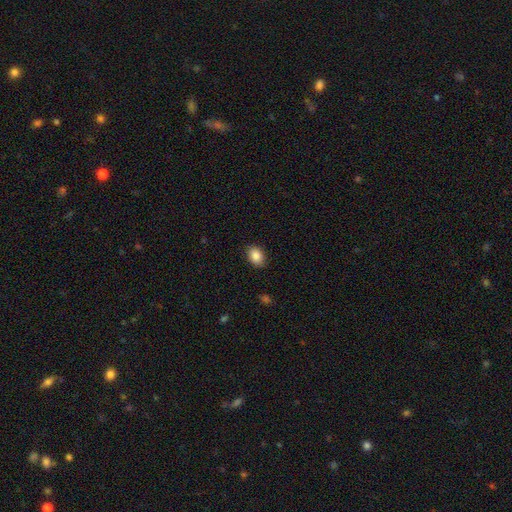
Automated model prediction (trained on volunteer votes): The model was most divided on "how rounded": in between: 71%, round: 28%, cigar-shaped: 1%. More confident: merging — none (88%); smooth or featured — smooth (86%).